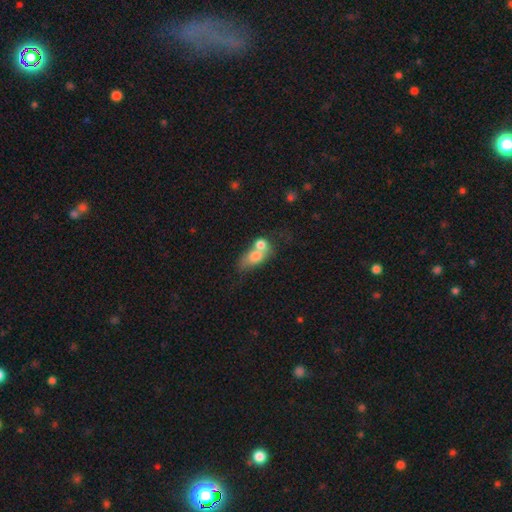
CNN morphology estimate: A smooth galaxy with no disk features (70%) that is in between round and cigar-shaped (63%). Merging: merger (65%).